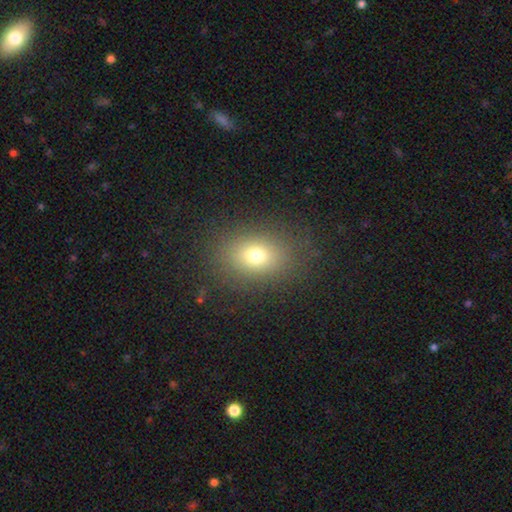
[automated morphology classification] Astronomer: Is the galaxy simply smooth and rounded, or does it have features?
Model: smooth — 72%.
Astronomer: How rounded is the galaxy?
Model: in between — 63%.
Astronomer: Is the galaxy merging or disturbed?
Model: none — 83%.